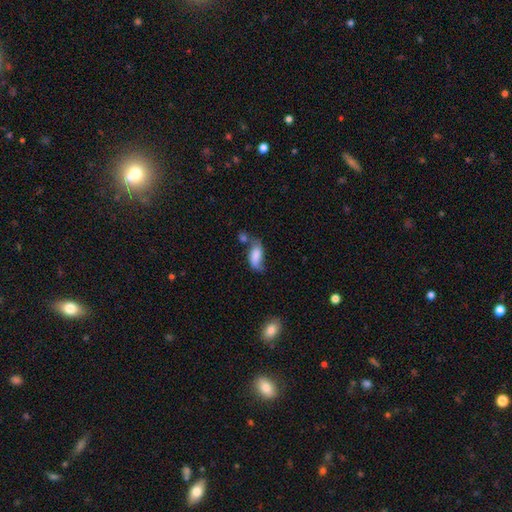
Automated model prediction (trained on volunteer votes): Overall: smooth (72%). How rounded: in between (87%). Merging: none (38%; minor disturbance 28%).